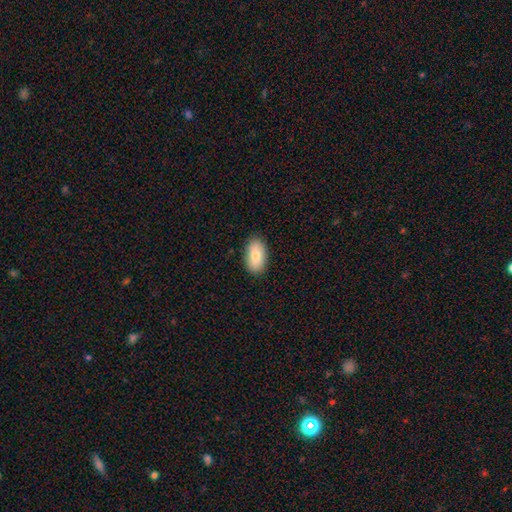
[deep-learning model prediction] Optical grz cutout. It shows a smooth galaxy with no disk features (81%) that is in between round and cigar-shaped (93%). Merging: none (88%).